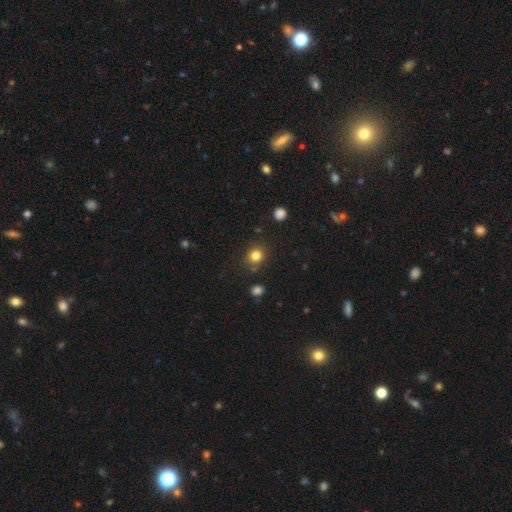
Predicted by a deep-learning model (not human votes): smooth_or_featured: smooth (p=0.82) [alt: star or artifact p=0.12]
how_rounded: round (p=0.80) [alt: in between p=0.19]
merging: none (p=0.84) [alt: minor disturbance p=0.09]